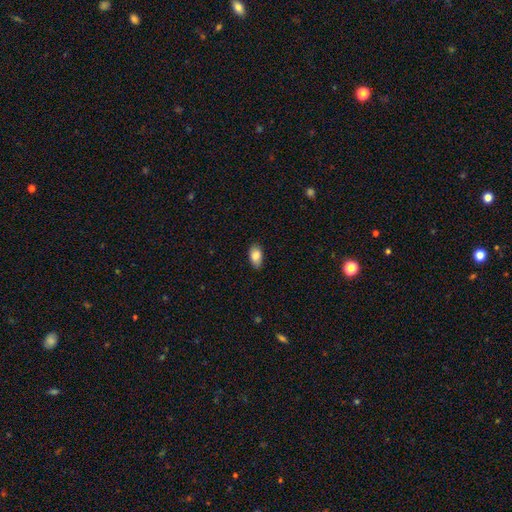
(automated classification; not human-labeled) A smooth galaxy with no disk features (85%) that is in between round and cigar-shaped (92%).

Vote fractions:
- Smooth or featured? smooth: 85% / featured or disk: 7% / star or artifact: 7%
- How rounded? in between: 92% / round: 5% / cigar-shaped: 3%
- Merging? none: 84% / minor disturbance: 13% / major disturbance: 2% / merger: 1%